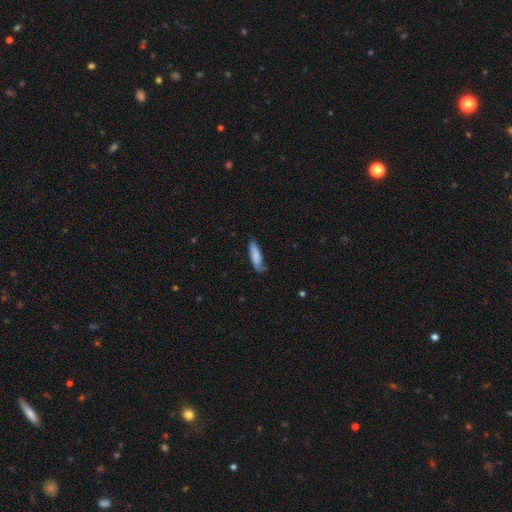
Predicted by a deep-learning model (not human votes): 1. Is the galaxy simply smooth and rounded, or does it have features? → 77% smooth, 17% featured or disk, 6% star or artifact.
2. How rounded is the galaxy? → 67% cigar-shaped, 32% in between, 2% round.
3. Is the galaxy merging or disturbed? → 69% none, 24% minor disturbance, 4% major disturbance, 2% merger.